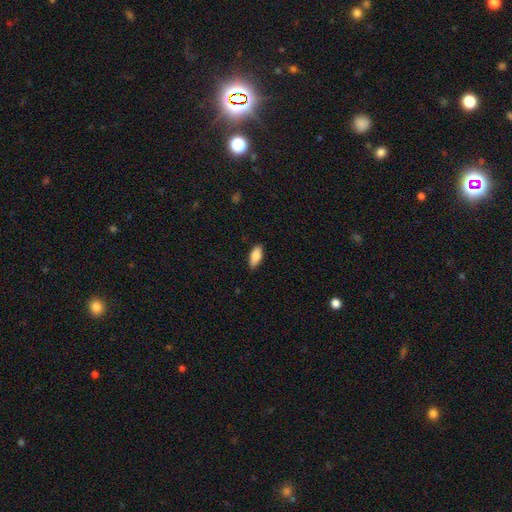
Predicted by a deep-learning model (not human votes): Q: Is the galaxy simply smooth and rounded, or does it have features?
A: smooth — 84%.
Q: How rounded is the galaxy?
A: in between — 84%.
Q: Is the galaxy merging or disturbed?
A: none — 84%.